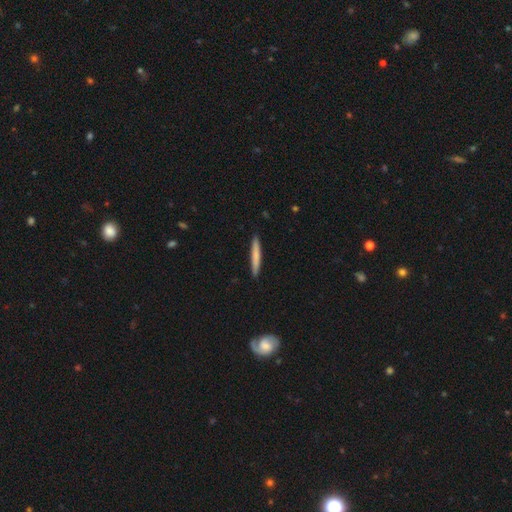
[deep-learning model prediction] This appears to be a smooth galaxy with no disk features (72%) that is cigar-shaped (96%). Merging: none (92%).